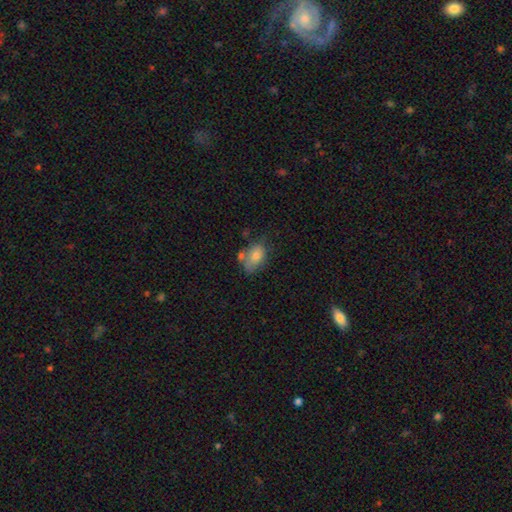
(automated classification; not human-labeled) Smooth or featured? Predicted: smooth (p=0.74). How rounded? Predicted: in between (p=0.83). Merging? Predicted: none (p=0.49).